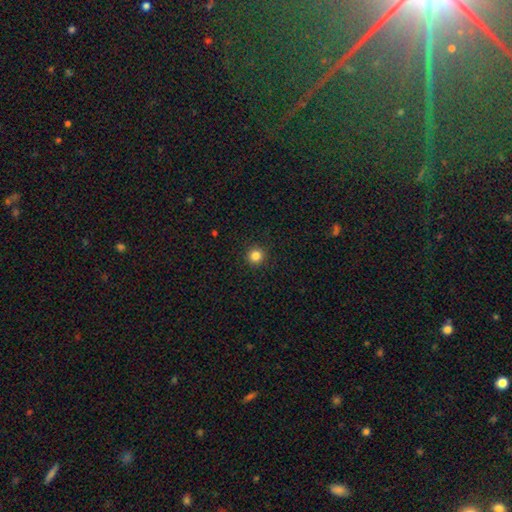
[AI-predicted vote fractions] smooth-or-featured: smooth: 84% | star or artifact: 12% | featured or disk: 4%
  how-rounded: round: 96% | in between: 3% | cigar-shaped: 1%
  merging: none: 93% | minor disturbance: 4% | major disturbance: 2% | merger: 1%